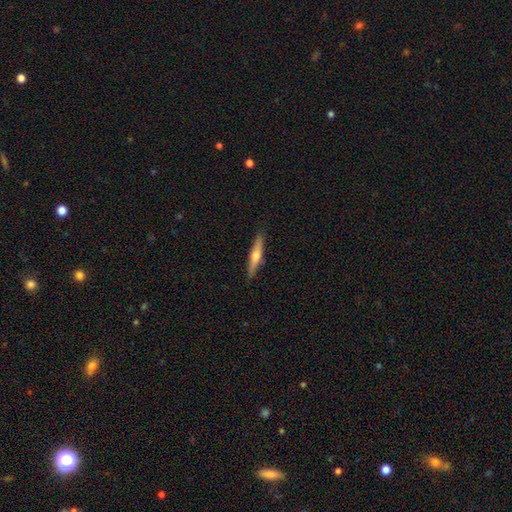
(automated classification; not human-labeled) This appears to be a featured or disk galaxy (52%) viewed edge-on (95%). Merging: none (89%).